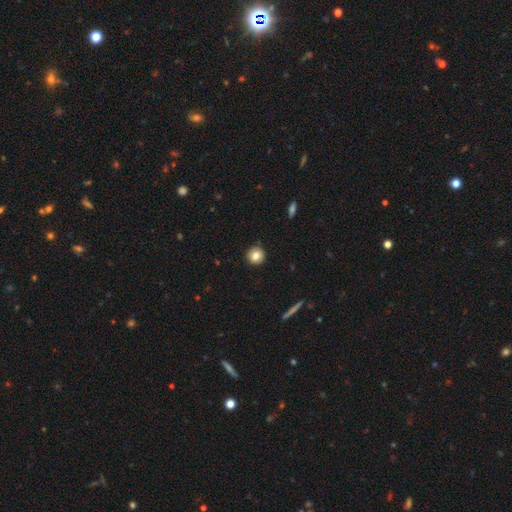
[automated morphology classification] Smooth or featured: smooth — 81% (star or artifact — 9%)
How rounded: round — 94% (in between — 5%)
Merging: none — 92% (minor disturbance — 6%)